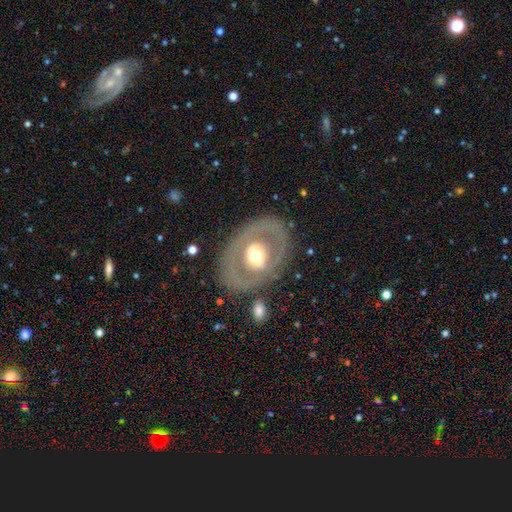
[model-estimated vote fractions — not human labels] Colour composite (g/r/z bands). It shows a featured or disk galaxy (62%) with no bar (64%), no spiral arms (84%) and a moderate central bulge (66%). Merging: none (78%).